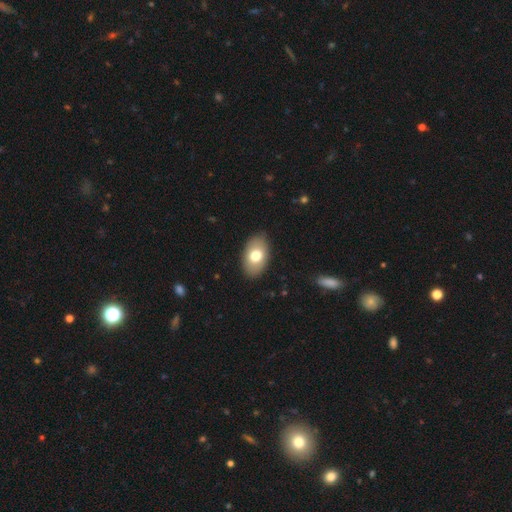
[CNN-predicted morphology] A smooth galaxy with no disk features (73%) that is in between round and cigar-shaped (91%).

Vote fractions:
- Smooth or featured? smooth: 73% / featured or disk: 20% / star or artifact: 7%
- How rounded? in between: 91% / round: 8% / cigar-shaped: 1%
- Merging? none: 85% / minor disturbance: 11% / major disturbance: 2% / merger: 1%